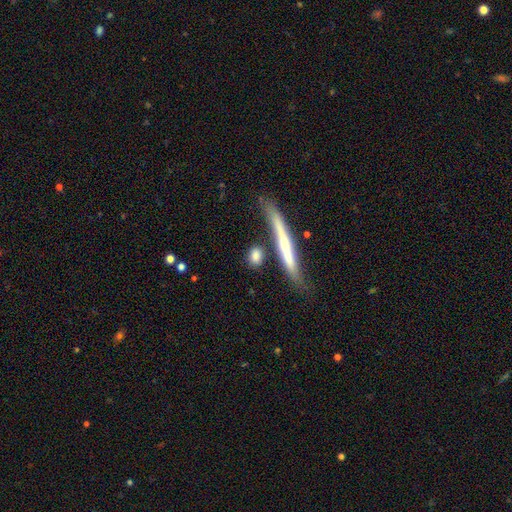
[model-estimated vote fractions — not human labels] Smooth or featured? Predicted: smooth (p=0.75). How rounded? Predicted: cigar-shaped (p=0.41). Merging? Predicted: none (p=0.75).